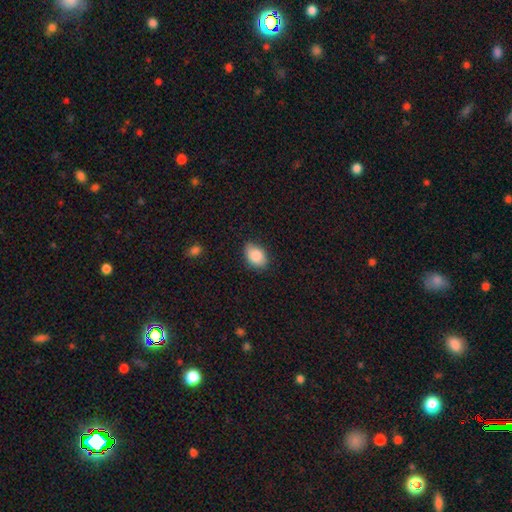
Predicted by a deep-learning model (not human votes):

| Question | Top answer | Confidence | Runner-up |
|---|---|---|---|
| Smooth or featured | smooth | 86% | star or artifact (7%) |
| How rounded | in between | 82% | round (17%) |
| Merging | none | 74% | minor disturbance (21%) |